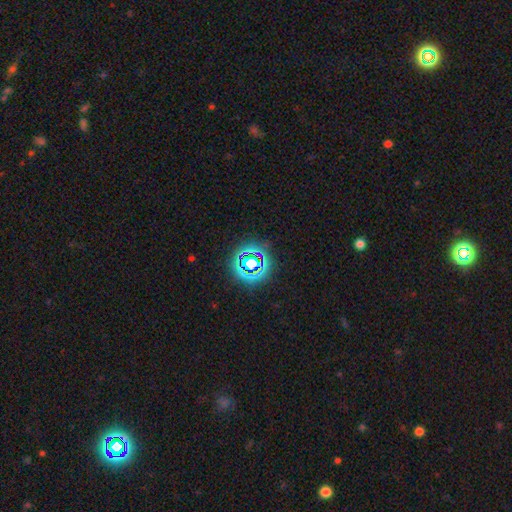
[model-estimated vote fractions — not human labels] Overall: star or artifact (73%).